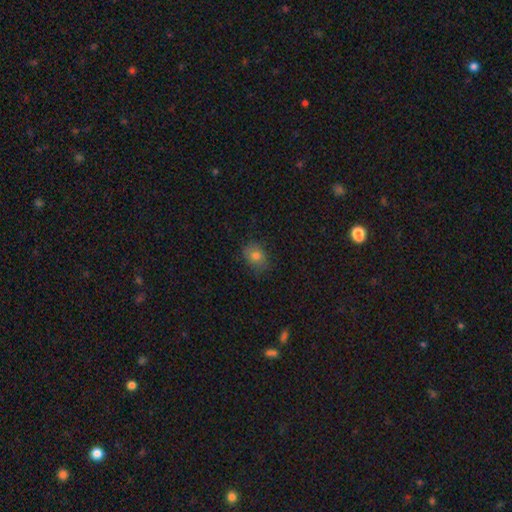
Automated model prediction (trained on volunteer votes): A smooth galaxy with no disk features (78%) that is in between round and cigar-shaped (61%).

Vote fractions:
- Smooth or featured? smooth: 78% / featured or disk: 11% / star or artifact: 11%
- How rounded? in between: 61% / round: 38% / cigar-shaped: 1%
- Merging? none: 74% / minor disturbance: 21% / major disturbance: 4% / merger: 1%